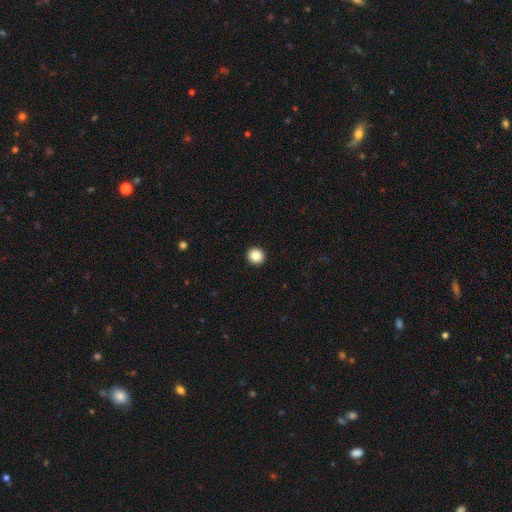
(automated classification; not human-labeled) Smooth or featured: smooth — 86% (star or artifact — 9%)
How rounded: round — 92% (in between — 7%)
Merging: none — 94% (minor disturbance — 4%)